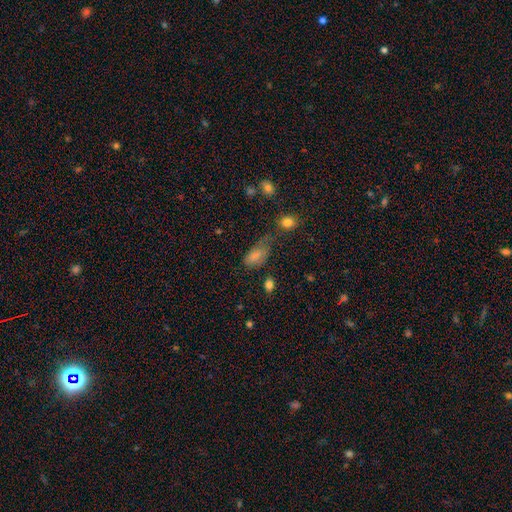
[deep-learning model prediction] Overall: smooth (81%). How rounded: in between (91%). Merging: none (39%; minor disturbance 36%).